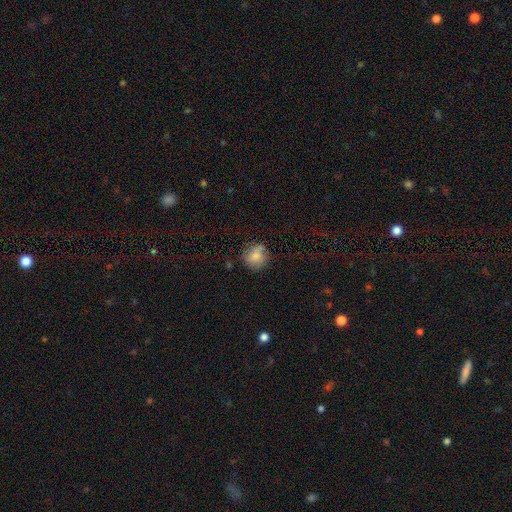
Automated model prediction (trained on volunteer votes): This is likely a smooth galaxy (76%). How rounded: clearly round (83%). Merging: likely none (70%).